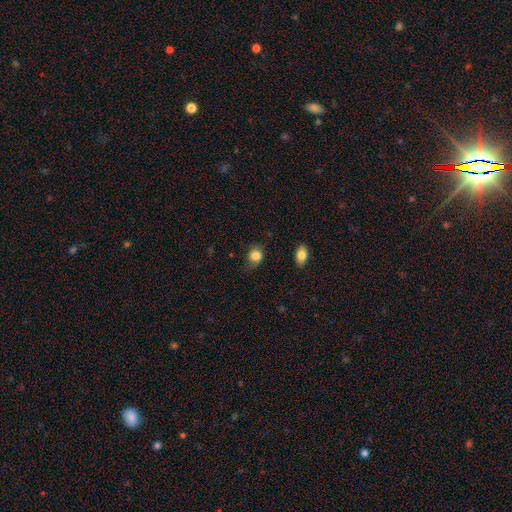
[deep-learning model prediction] A smooth galaxy with no disk features (84%) that is round (58%). Merging: none (60%).